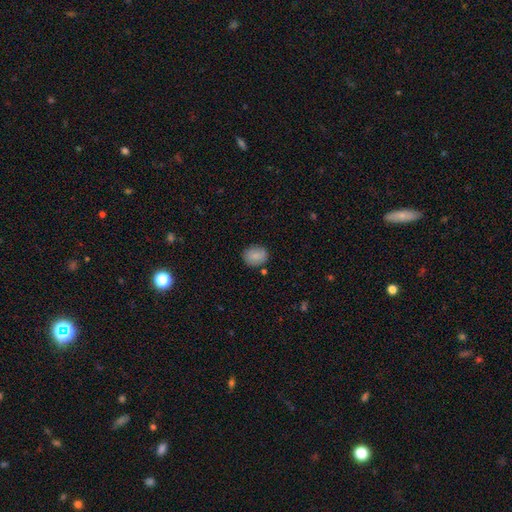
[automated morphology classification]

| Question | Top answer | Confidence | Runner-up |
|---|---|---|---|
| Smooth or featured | smooth | 87% | star or artifact (8%) |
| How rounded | round | 50% | in between (49%) |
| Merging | none | 83% | minor disturbance (11%) |